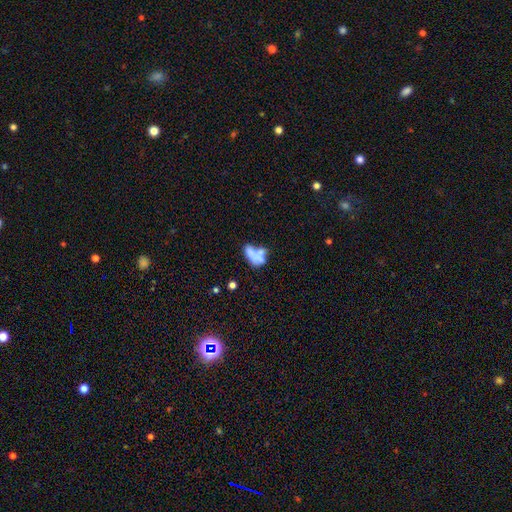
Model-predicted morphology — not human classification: A smooth galaxy with no disk features (59%) that is in between round and cigar-shaped (84%). Merging: merger (43%).